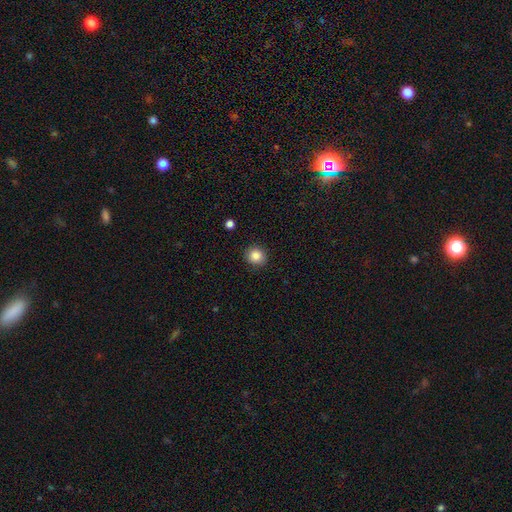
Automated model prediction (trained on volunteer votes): Smooth or featured: smooth — 85% (star or artifact — 10%)
How rounded: round — 88% (in between — 11%)
Merging: none — 89% (minor disturbance — 7%)